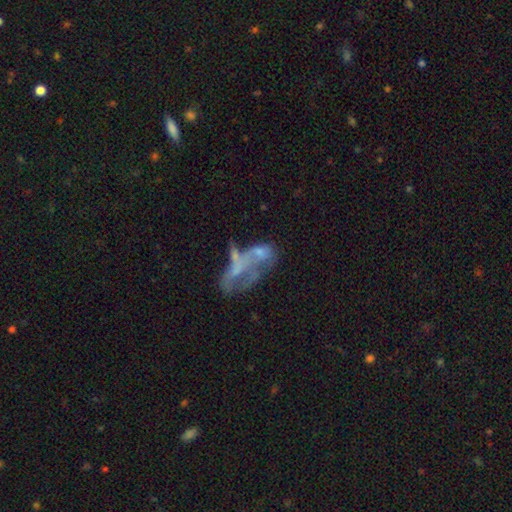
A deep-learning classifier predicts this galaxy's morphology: Overall: featured or disk (53%; smooth 34%). Edge-on disk: no (94%). Merging: merger (48%; major disturbance 25%).